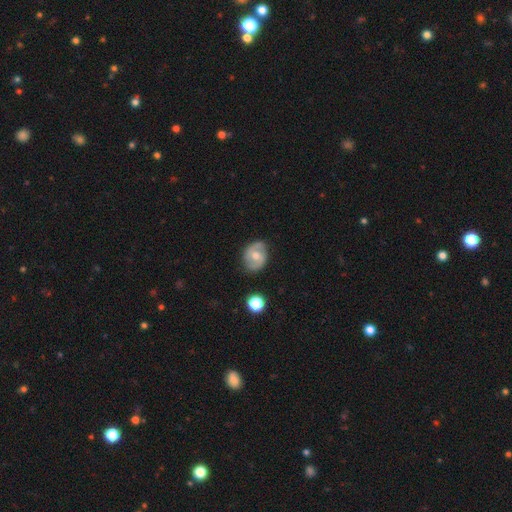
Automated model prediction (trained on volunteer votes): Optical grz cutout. It shows a featured or disk galaxy (62%) with no bar (47%), spiral arms (79%) and a moderate central bulge (70%). Merging: none (76%).